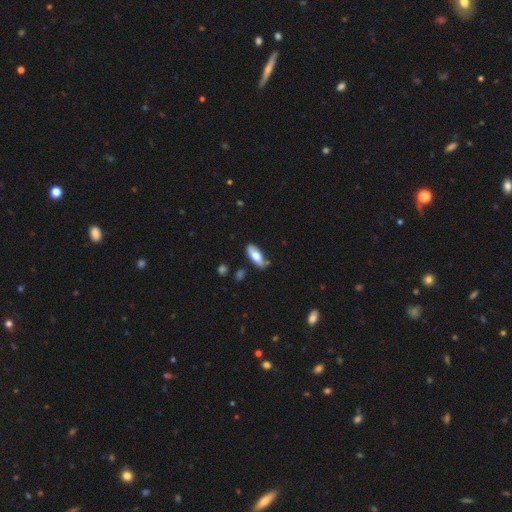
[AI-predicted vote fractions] A smooth galaxy with no disk features (68%) that is in between round and cigar-shaped (73%). Merging: none (72%).